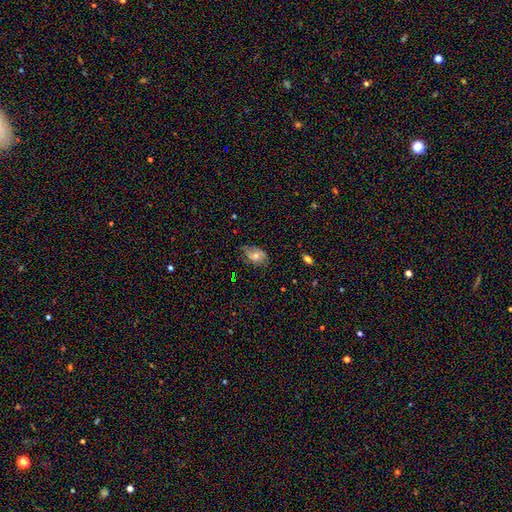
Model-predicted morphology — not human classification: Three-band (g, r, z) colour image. It shows a smooth galaxy with no disk features (55%) that is in between round and cigar-shaped (80%). Merging: none (67%).